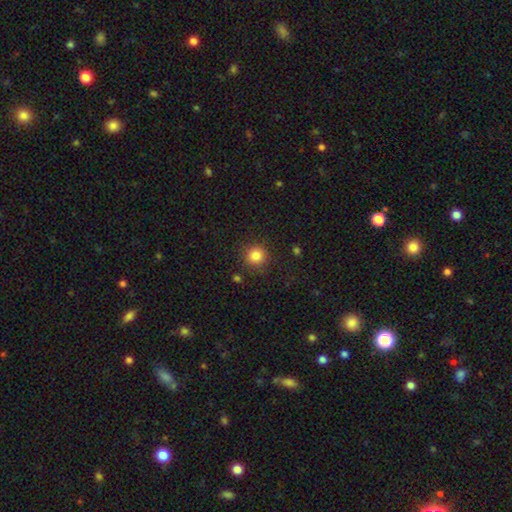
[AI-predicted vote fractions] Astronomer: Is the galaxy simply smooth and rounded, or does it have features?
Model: smooth — 84%.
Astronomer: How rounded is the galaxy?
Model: round — 94%.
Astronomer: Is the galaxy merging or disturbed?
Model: none — 89%.